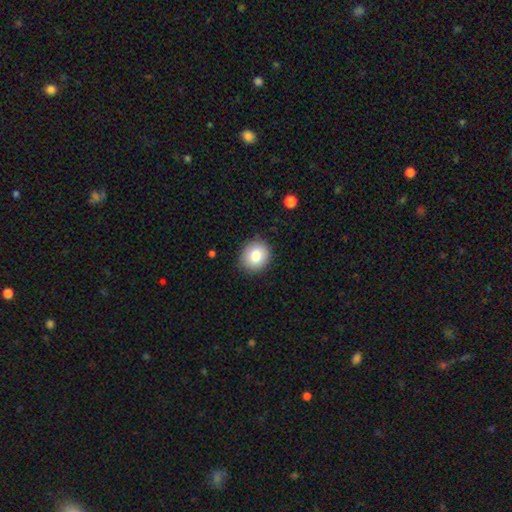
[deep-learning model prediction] A smooth galaxy with no disk features (82%) that is round (76%). Merging: none (88%).